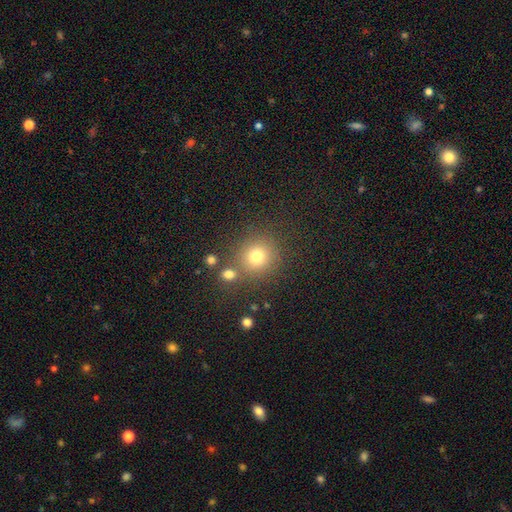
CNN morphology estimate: Overall: smooth (75%). How rounded: round (90%). Merging: none (77%).